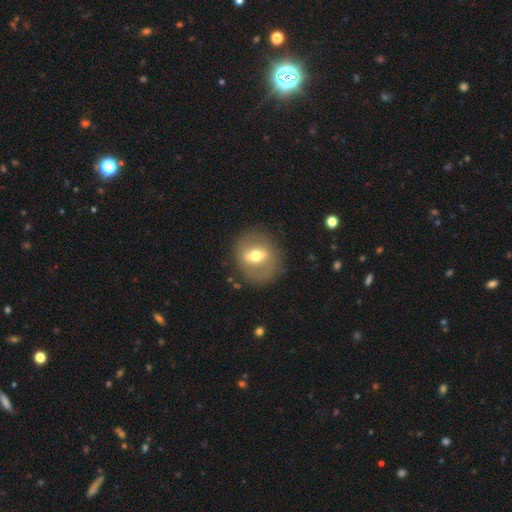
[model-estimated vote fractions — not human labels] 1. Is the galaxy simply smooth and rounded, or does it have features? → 56% featured or disk, 37% smooth, 7% star or artifact.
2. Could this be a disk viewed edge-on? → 84% no, 16% yes.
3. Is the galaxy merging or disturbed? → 82% none, 11% minor disturbance, 6% major disturbance, 1% merger.